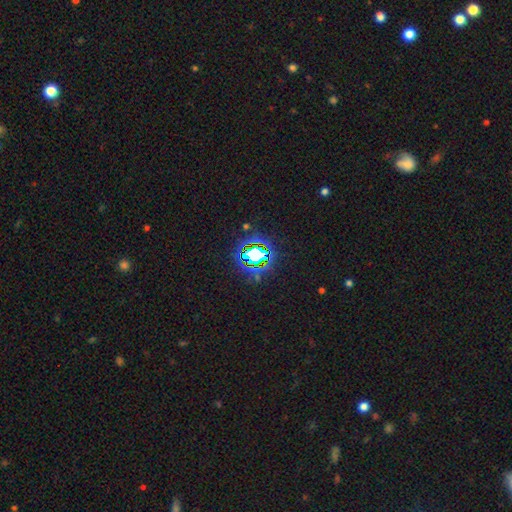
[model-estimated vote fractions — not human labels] Smooth or featured? star or artifact (72%)